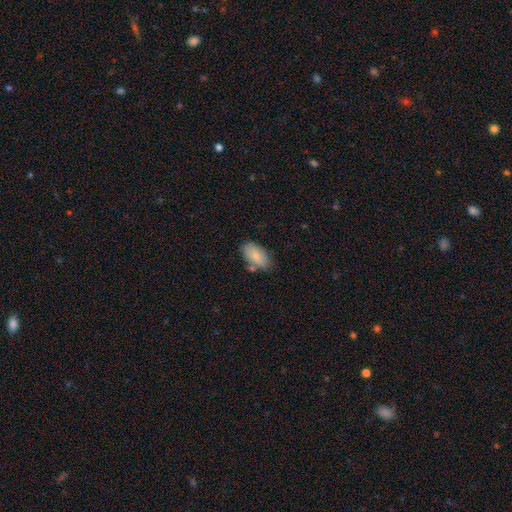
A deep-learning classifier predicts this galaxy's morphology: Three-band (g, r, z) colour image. It shows a smooth galaxy with no disk features (82%) that is in between round and cigar-shaped (94%). Merging: none (72%).